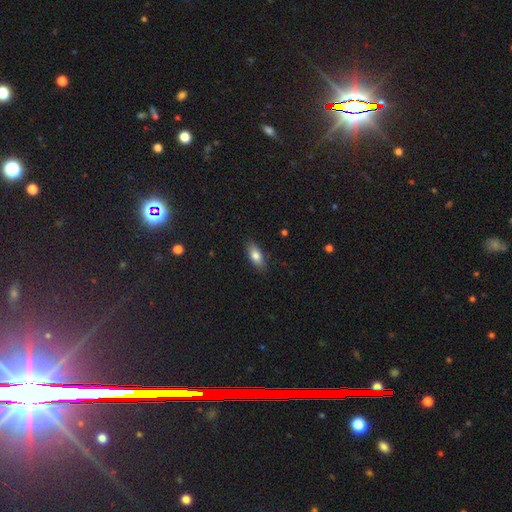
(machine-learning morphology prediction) This appears to be a smooth galaxy with no disk features (79%) that is in between round and cigar-shaped (82%). Merging: none (86%).